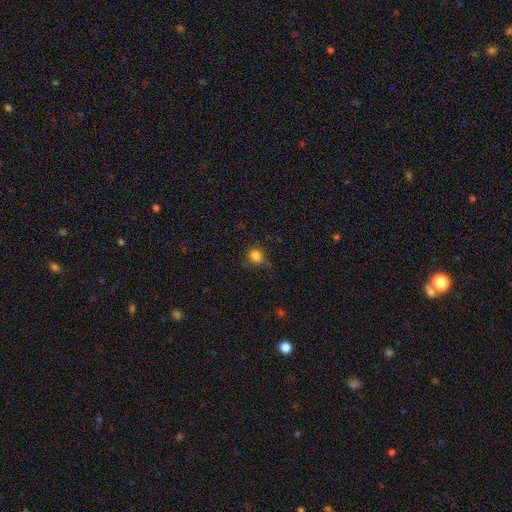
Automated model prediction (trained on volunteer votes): smooth 82%, star or artifact 12%, featured or disk 5%. Down the decision tree: how rounded — round (79%); merging — none (69%).